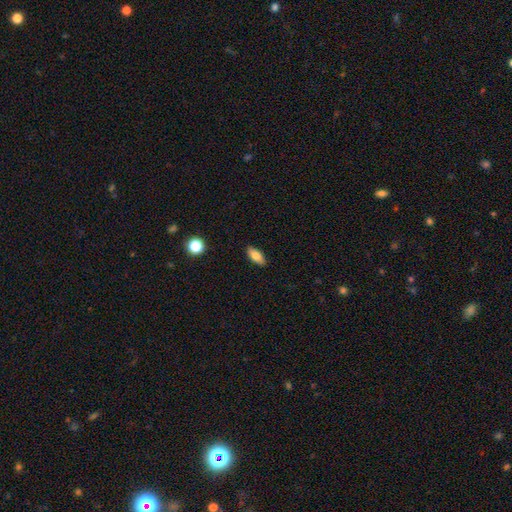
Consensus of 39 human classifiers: This appears to be a smooth galaxy with no disk features (79%) that is in between round and cigar-shaped (74%). Merging: none (89%).